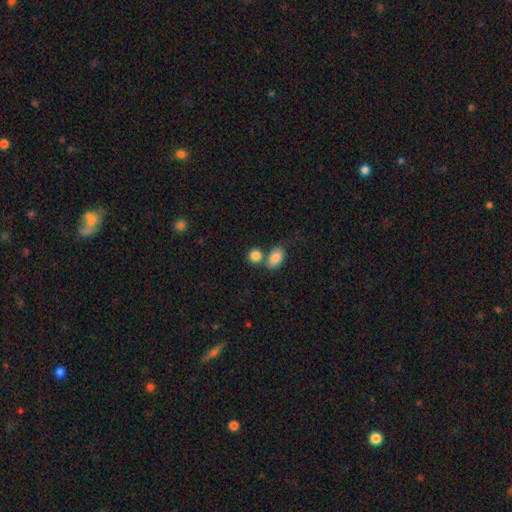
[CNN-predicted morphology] A smooth galaxy with no disk features (85%) that is round (62%). Merging: none (50%).